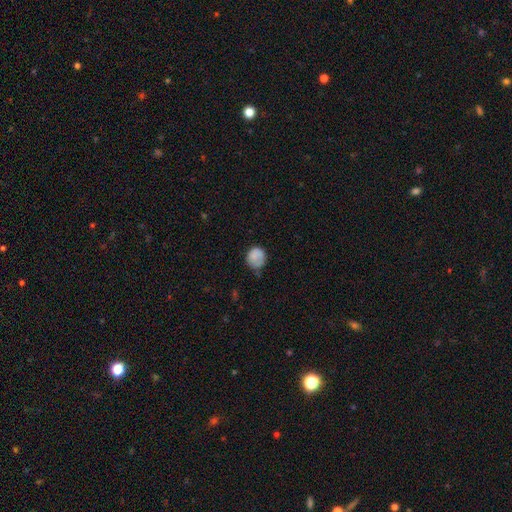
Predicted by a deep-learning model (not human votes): smooth-or-featured: smooth: 82% | featured or disk: 9% | star or artifact: 9%
  how-rounded: round: 79% | in between: 20% | cigar-shaped: 1%
  merging: none: 61% | minor disturbance: 27% | major disturbance: 8% | merger: 3%